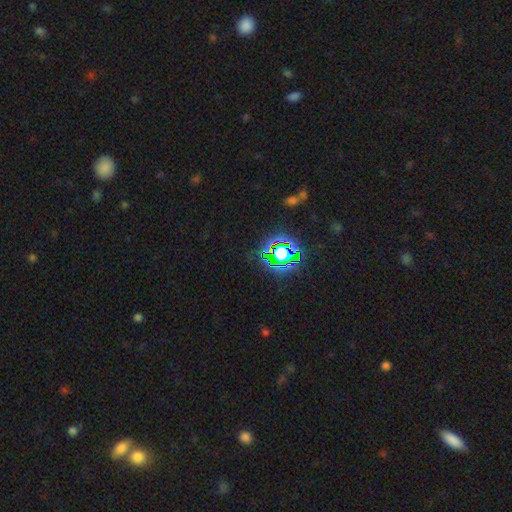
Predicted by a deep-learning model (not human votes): The model was most divided on "smooth or featured": star or artifact: 77%, smooth: 14%, featured or disk: 9%.